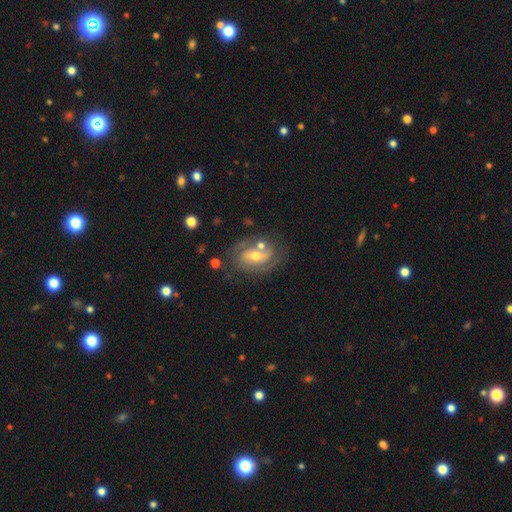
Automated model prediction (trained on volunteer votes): Smooth or featured?
  - featured or disk: 77% *
  - smooth: 15%
  - star or artifact: 8%
Edge-on disk?
  - no: 95% *
  - yes: 5%
Bar?
  - weak: 40% *
  - no: 35%
  - strong: 25%
Spiral arms?
  - yes: 86% *
  - no: 14%
Spiral winding?
  - tight: 42% * (tied)
  - medium: 42% * (tied)
  - loose: 15%
Spiral arm count?
  - 2: 67% *
  - can't tell: 17%
  - 3: 7%
  - 1: 5%
  - 4: 2%
  - more than 4: 2%
Bulge size?
  - moderate: 58% *
  - small: 36%
  - large: 4%
  - none: 1%
  - dominant: 1%
Merging?
  - none: 64% *
  - minor disturbance: 17%
  - merger: 10%
  - major disturbance: 9%